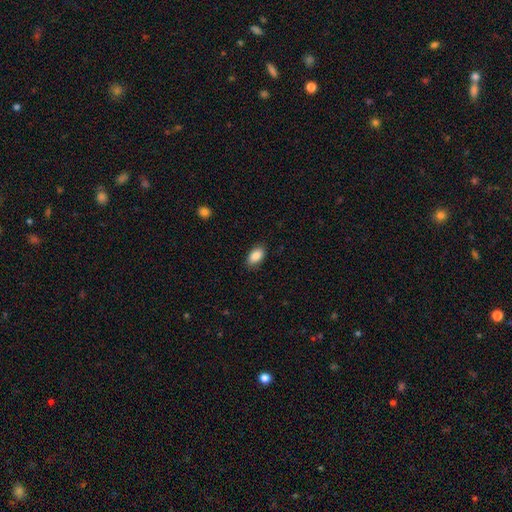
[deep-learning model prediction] smooth 88%, star or artifact 7%, featured or disk 5%. Down the decision tree: how rounded — in between (92%); merging — none (87%).